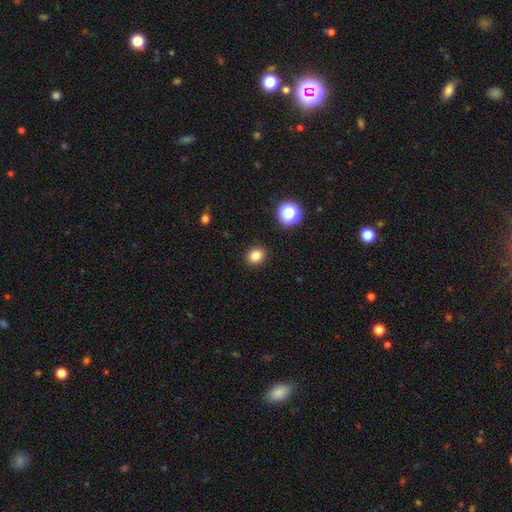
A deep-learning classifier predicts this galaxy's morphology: Q: Smooth or featured?
A: smooth (82%); runner-up: star or artifact (13%)
Q: How rounded?
A: round (69%); runner-up: in between (30%)
Q: Merging?
A: none (90%); runner-up: minor disturbance (6%)